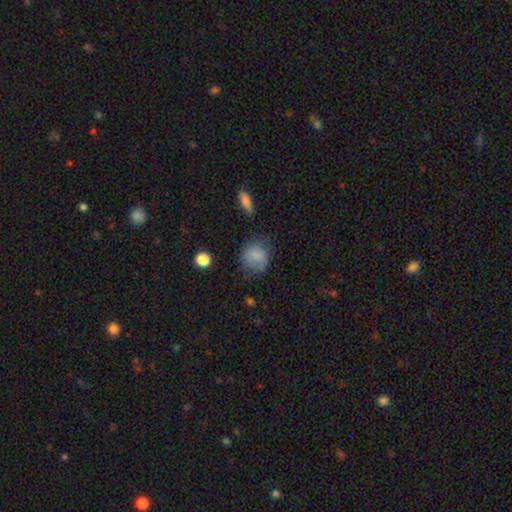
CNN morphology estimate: A smooth galaxy with no disk features (79%) that is round (75%). Merging: none (61%).